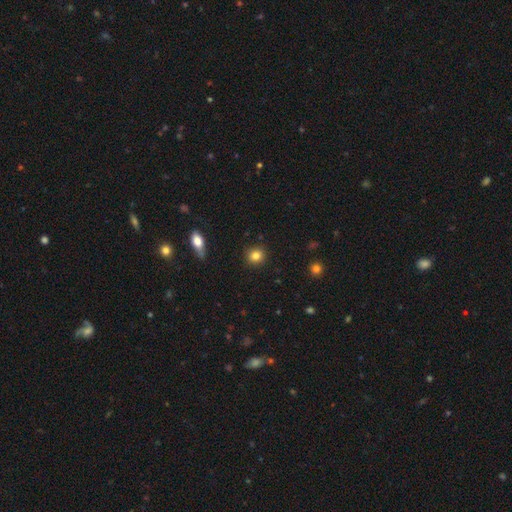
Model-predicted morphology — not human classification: Smooth or featured: smooth — 84% (star or artifact — 10%)
How rounded: round — 88% (in between — 11%)
Merging: none — 91% (minor disturbance — 6%)